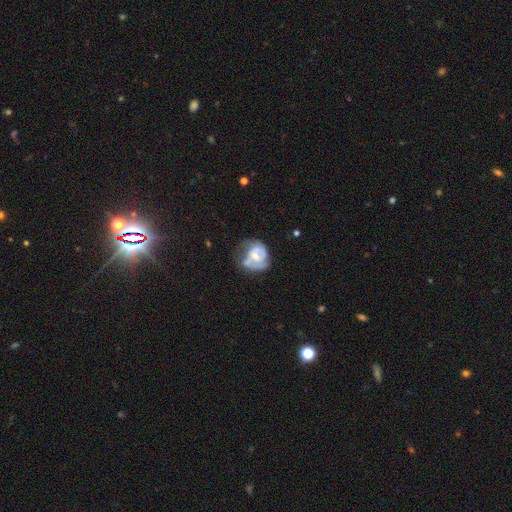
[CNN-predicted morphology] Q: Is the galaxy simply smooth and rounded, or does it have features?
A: featured or disk — 61%.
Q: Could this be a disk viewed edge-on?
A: no — 98%.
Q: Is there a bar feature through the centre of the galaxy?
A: no — 61%.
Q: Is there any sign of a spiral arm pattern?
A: yes — 58%.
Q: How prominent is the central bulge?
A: moderate — 48%.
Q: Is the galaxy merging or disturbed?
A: none — 34%.